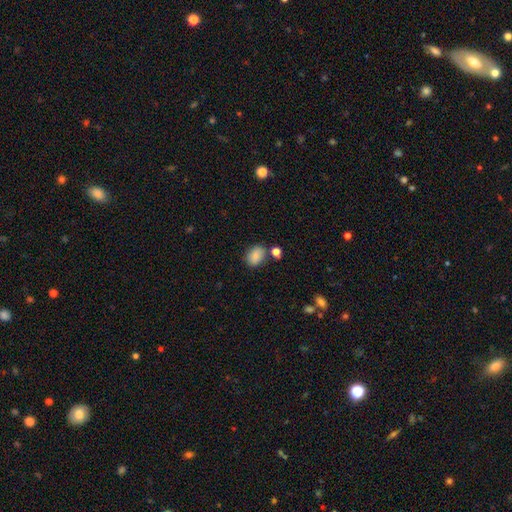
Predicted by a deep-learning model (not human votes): Overall: smooth (84%). How rounded: in between (74%). Merging: none (71%).